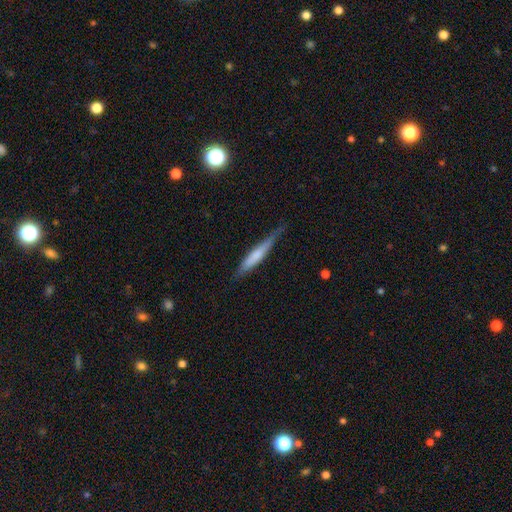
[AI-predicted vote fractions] Smooth or featured? smooth (58%)
How rounded? cigar-shaped (92%)
Merging? none (72%)